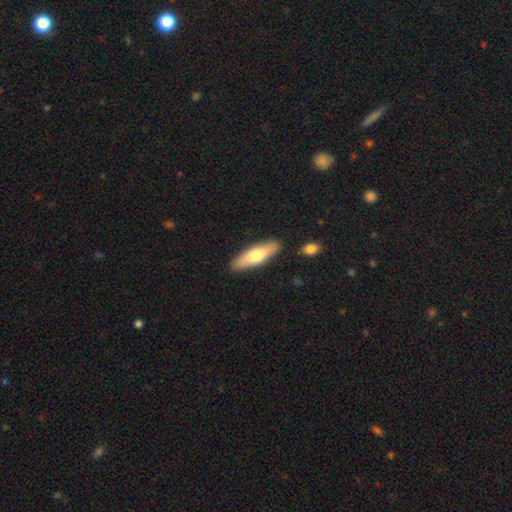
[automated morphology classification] Smooth or featured? smooth (63%)
How rounded? cigar-shaped (56%)
Merging? none (88%)